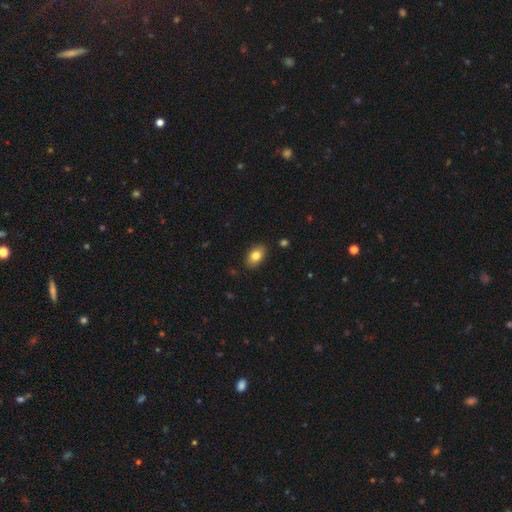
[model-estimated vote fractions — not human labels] smooth-or-featured: smooth: 82% | featured or disk: 10% | star or artifact: 8%
  how-rounded: in between: 88% | round: 10% | cigar-shaped: 2%
  merging: none: 87% | minor disturbance: 9% | major disturbance: 2% | merger: 1%